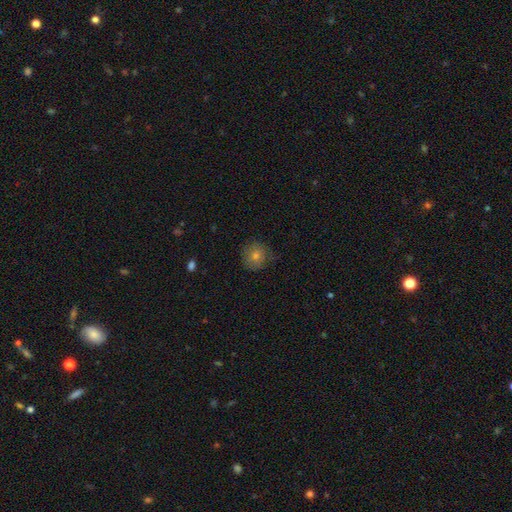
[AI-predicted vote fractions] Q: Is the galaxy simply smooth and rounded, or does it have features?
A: smooth — 66%.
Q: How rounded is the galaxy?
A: round — 91%.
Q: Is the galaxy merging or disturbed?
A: none — 79%.